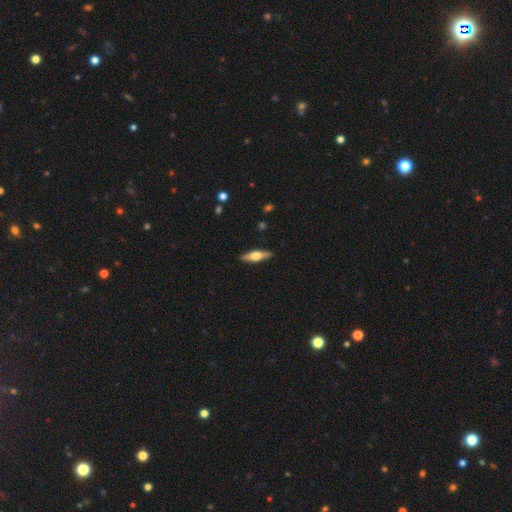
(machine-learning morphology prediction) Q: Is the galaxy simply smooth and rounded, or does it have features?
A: featured or disk — 49%.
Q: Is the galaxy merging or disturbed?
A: none — 90%.